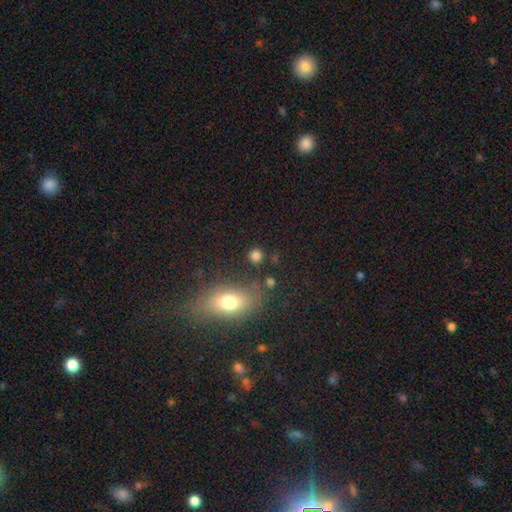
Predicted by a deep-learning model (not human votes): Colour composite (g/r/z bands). It shows a smooth galaxy with no disk features (80%) that is round (87%). Merging: none (84%).